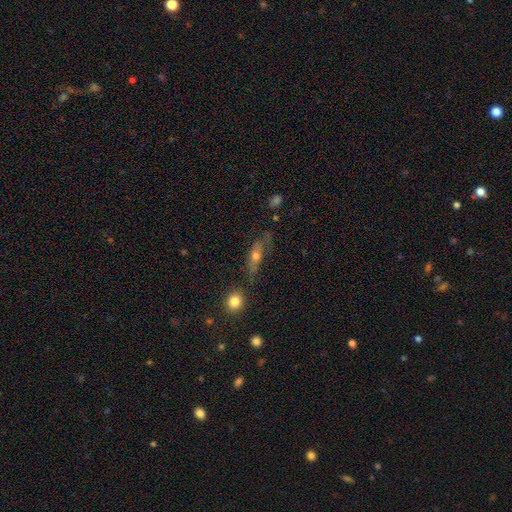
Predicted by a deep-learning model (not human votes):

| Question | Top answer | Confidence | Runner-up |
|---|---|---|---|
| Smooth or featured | smooth | 44% | featured or disk (42%) |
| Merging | none | 55% | minor disturbance (25%) |